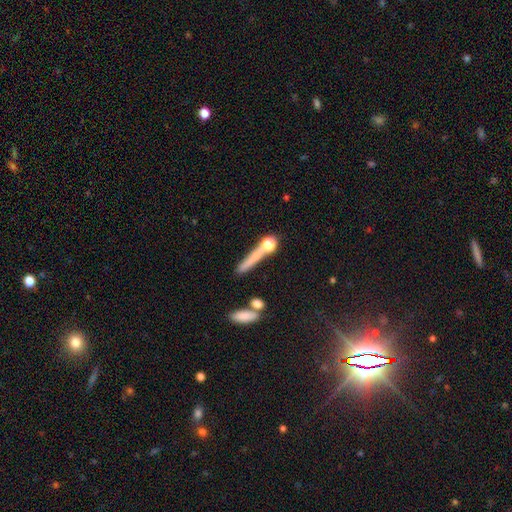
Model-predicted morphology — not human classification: A smooth galaxy with no disk features (60%) that is cigar-shaped (76%).

Vote fractions:
- Smooth or featured? smooth: 60% / featured or disk: 28% / star or artifact: 12%
- How rounded? cigar-shaped: 76% / round: 13% / in between: 11%
- Merging? none: 58% / merger: 19% / minor disturbance: 14% / major disturbance: 9%